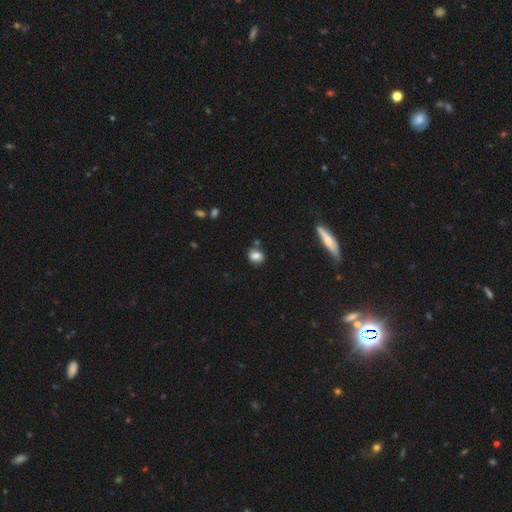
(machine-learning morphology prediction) type=smooth (81%); roundness=in between (51%); merging=none (70%).